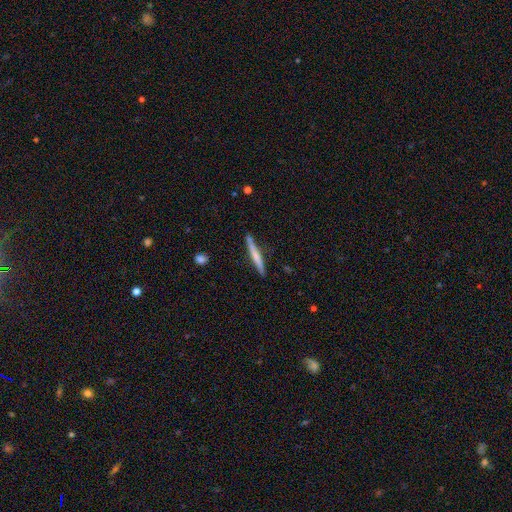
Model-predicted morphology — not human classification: Smooth or featured: smooth — 52% (featured or disk — 43%)
How rounded: cigar-shaped — 96% (in between — 3%)
Merging: none — 83% (minor disturbance — 12%)